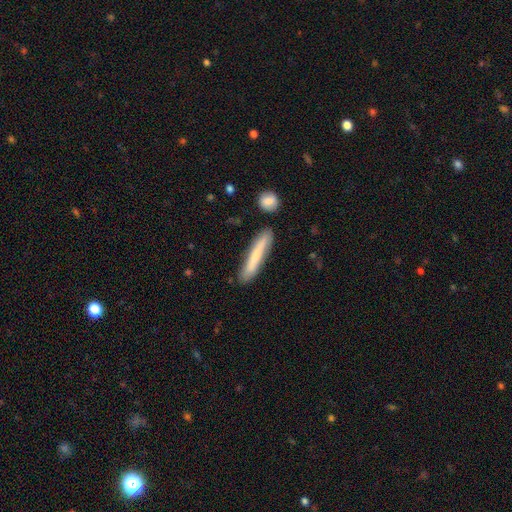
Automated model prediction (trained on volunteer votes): A smooth galaxy with no disk features (71%) that is cigar-shaped (93%). Merging: none (82%).